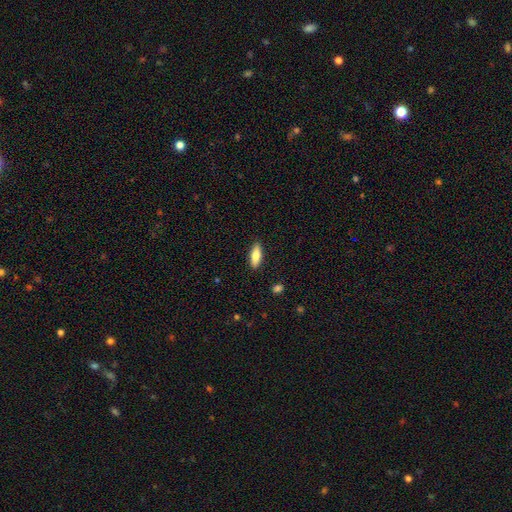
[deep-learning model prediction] Q: Smooth or featured?
A: smooth (73%); runner-up: featured or disk (20%)
Q: How rounded?
A: in between (63%); runner-up: cigar-shaped (35%)
Q: Merging?
A: none (89%); runner-up: minor disturbance (8%)